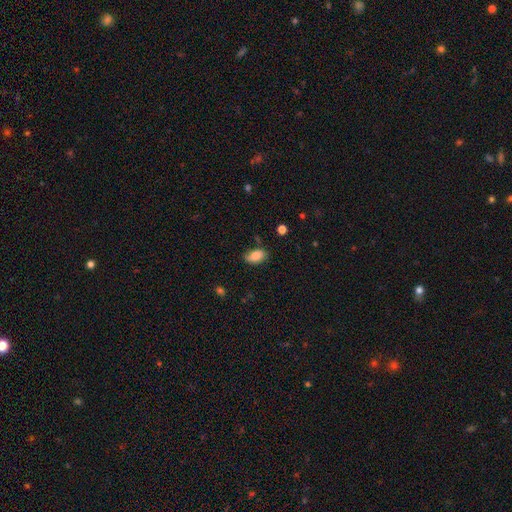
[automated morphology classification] The model was most divided on "merging": none: 73%, minor disturbance: 21%, major disturbance: 4%, merger: 2%. More confident: how rounded — in between (92%); smooth or featured — smooth (82%).